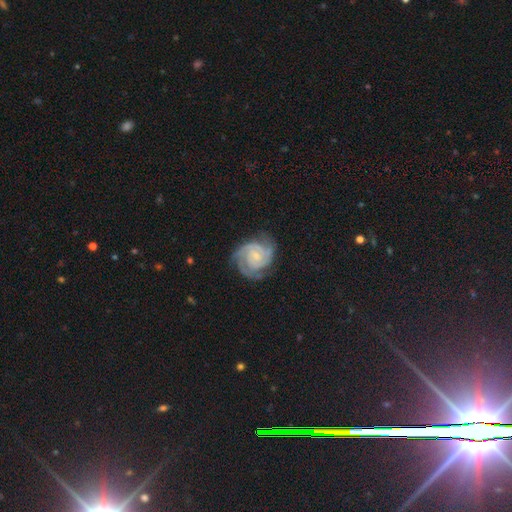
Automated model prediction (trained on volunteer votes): Smooth or featured?
  - featured or disk: 90% *
  - smooth: 5%
  - star or artifact: 4%
Edge-on disk?
  - no: 98% *
  - yes: 2%
Bar?
  - no: 57% *
  - weak: 35%
  - strong: 8%
Spiral arms?
  - yes: 98% *
  - no: 2%
Spiral winding?
  - tight: 70% *
  - medium: 27%
  - loose: 3%
Spiral arm count?
  - 2: 43% *
  - 3: 33%
  - can't tell: 9%
  - 4: 7%
  - 1: 4%
  - more than 4: 4%
Bulge size?
  - small: 69% *
  - moderate: 20%
  - none: 9%
  - large: 1%
  - dominant: 1%
Merging?
  - none: 74% *
  - minor disturbance: 18%
  - major disturbance: 6%
  - merger: 1%